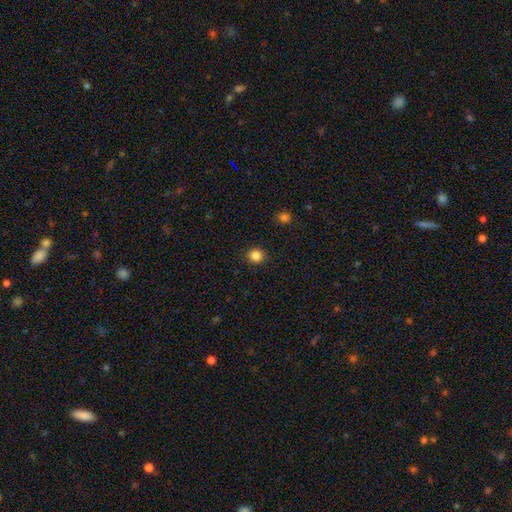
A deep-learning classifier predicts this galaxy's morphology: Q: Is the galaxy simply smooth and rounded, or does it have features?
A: smooth — 85%.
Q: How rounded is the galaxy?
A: round — 89%.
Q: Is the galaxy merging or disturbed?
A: none — 91%.